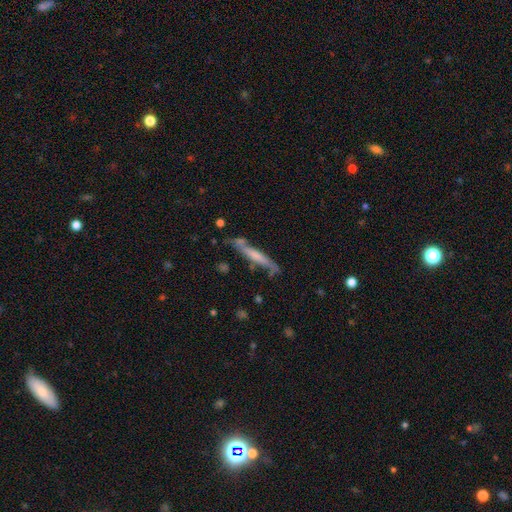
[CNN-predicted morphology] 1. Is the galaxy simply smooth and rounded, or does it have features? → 51% featured or disk, 43% smooth, 6% star or artifact.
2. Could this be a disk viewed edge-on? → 80% yes, 20% no.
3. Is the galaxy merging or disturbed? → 63% none, 23% minor disturbance, 7% merger, 7% major disturbance.